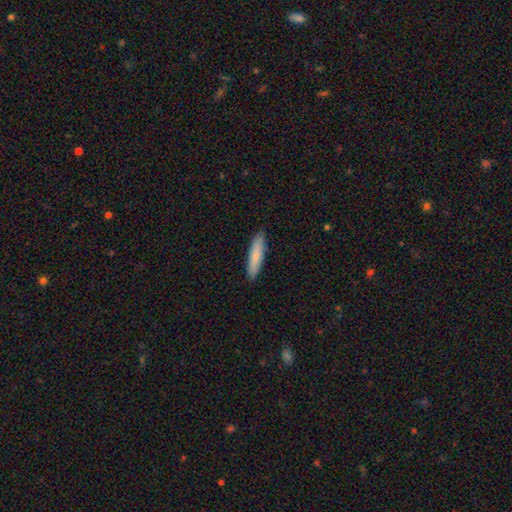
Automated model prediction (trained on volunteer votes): Morphology: type=smooth (77%); roundness=cigar-shaped (82%); merging=none (90%).